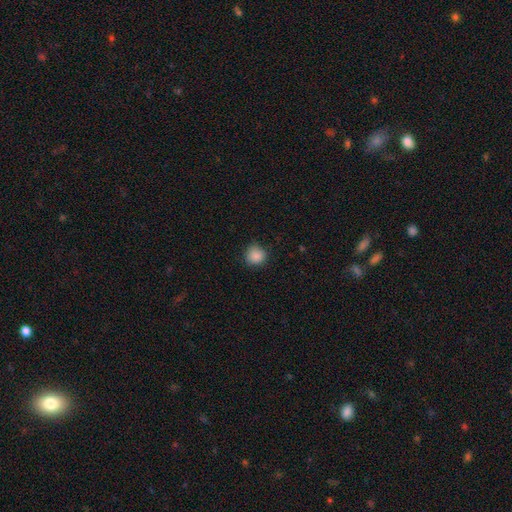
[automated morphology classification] Smooth or featured? Predicted: smooth (p=0.87). How rounded? Predicted: round (p=0.90). Merging? Predicted: none (p=0.83).